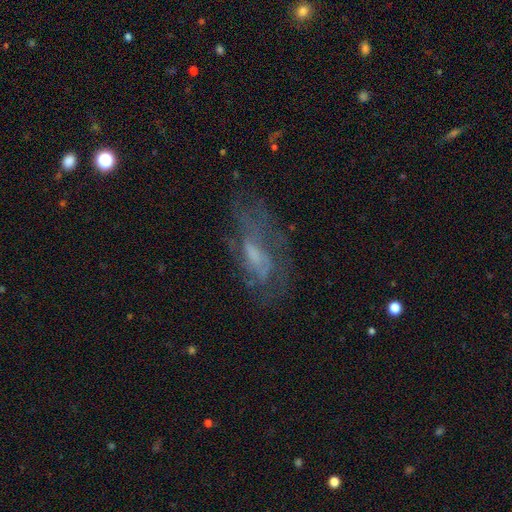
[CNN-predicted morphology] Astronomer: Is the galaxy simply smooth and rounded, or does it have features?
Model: featured or disk — 63%.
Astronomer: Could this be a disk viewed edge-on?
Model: no — 91%.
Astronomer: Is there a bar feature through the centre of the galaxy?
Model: no — 57% (runner-up: weak, 35%).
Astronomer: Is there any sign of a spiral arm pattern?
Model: yes — 58% (runner-up: no, 42%).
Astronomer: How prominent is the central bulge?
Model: small — 34% (runner-up: moderate, 31%).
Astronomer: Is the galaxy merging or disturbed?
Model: none — 53%.